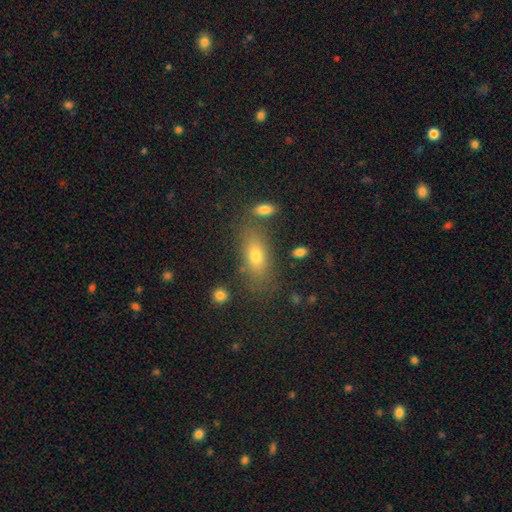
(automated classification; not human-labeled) A smooth galaxy with no disk features (65%) that is in between round and cigar-shaped (72%).

Vote fractions:
- Smooth or featured? smooth: 65% / featured or disk: 19% / star or artifact: 17%
- How rounded? in between: 72% / cigar-shaped: 20% / round: 8%
- Merging? none: 75% / minor disturbance: 11% / merger: 10% / major disturbance: 4%